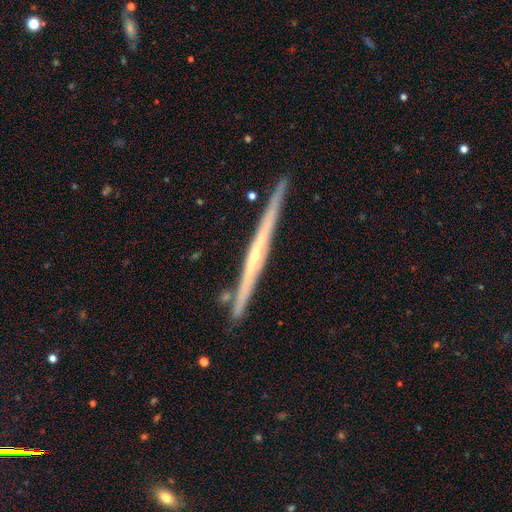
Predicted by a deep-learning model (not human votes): Smooth or featured?
  - featured or disk: 81% *
  - smooth: 14%
  - star or artifact: 6%
Edge-on disk?
  - yes: 98% *
  - no: 2%
Edge-on bulge?
  - rounded: 51% *
  - none: 45%
  - boxy: 4%
Merging?
  - none: 88% *
  - minor disturbance: 8%
  - merger: 2%
  - major disturbance: 1%